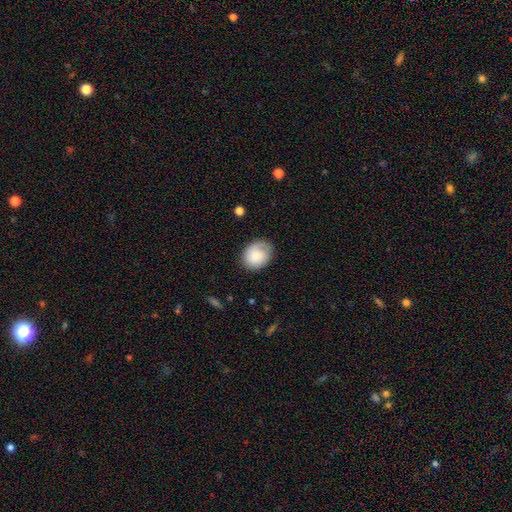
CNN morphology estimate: Smooth or featured?
  - smooth: 76% *
  - featured or disk: 16%
  - star or artifact: 7%
How rounded?
  - round: 53% *
  - in between: 46%
  - cigar-shaped: 1%
Merging?
  - none: 72% *
  - minor disturbance: 21%
  - major disturbance: 6%
  - merger: 1%